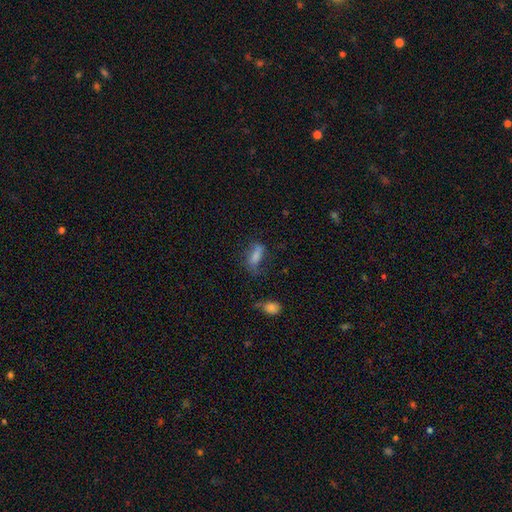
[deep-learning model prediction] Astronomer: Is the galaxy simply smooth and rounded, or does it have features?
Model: smooth — 60%.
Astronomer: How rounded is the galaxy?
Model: in between — 58% (runner-up: cigar-shaped, 37%).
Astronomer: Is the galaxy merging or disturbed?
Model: none — 54%.